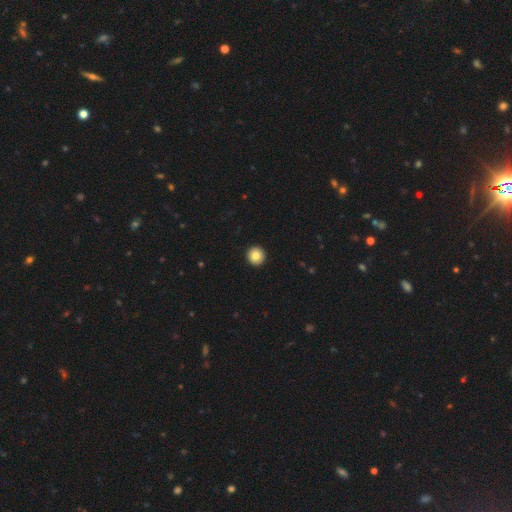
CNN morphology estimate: This appears to be a smooth galaxy with no disk features (85%) that is round (95%). Merging: none (94%).